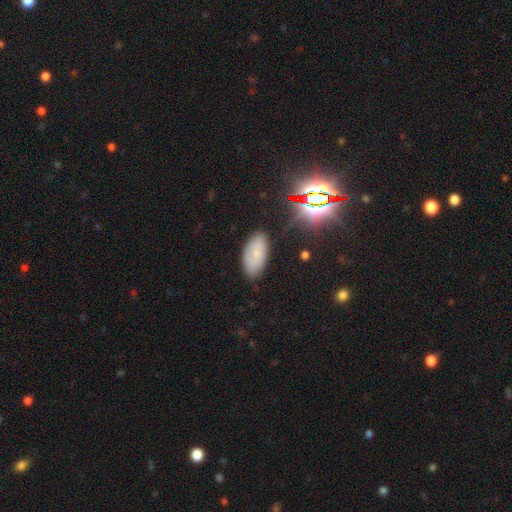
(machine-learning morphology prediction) smooth 55%, star or artifact 23%, featured or disk 21%. Down the decision tree: how rounded — in between (94%); merging — none (80%).